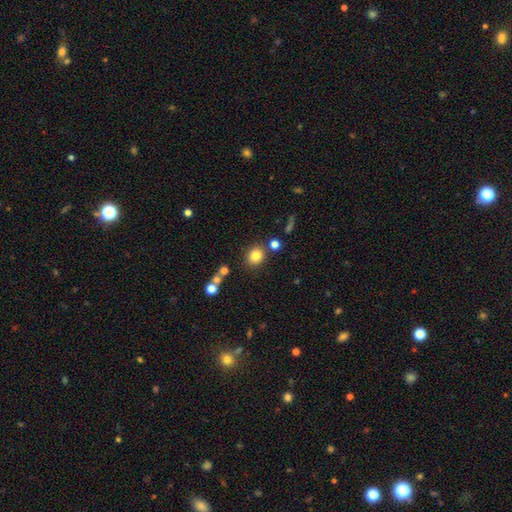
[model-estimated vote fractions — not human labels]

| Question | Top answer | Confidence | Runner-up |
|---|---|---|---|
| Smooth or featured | smooth | 81% | star or artifact (12%) |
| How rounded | round | 77% | in between (22%) |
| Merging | none | 81% | minor disturbance (9%) |